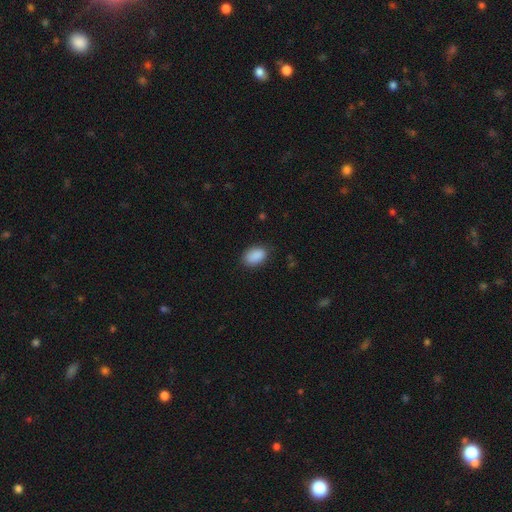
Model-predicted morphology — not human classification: A smooth galaxy with no disk features (89%) that is in between round and cigar-shaped (90%).

Vote fractions:
- Smooth or featured? smooth: 89% / star or artifact: 7% / featured or disk: 3%
- How rounded? in between: 90% / round: 9% / cigar-shaped: 1%
- Merging? none: 82% / minor disturbance: 14% / major disturbance: 3% / merger: 1%